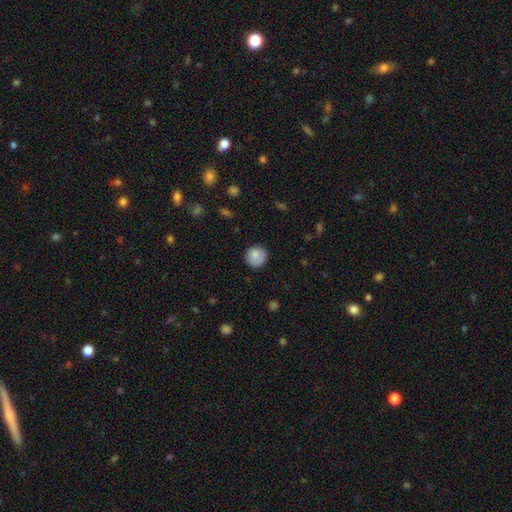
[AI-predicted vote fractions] Smooth or featured? Predicted: smooth (p=0.83). How rounded? Predicted: round (p=0.91). Merging? Predicted: none (p=0.81).